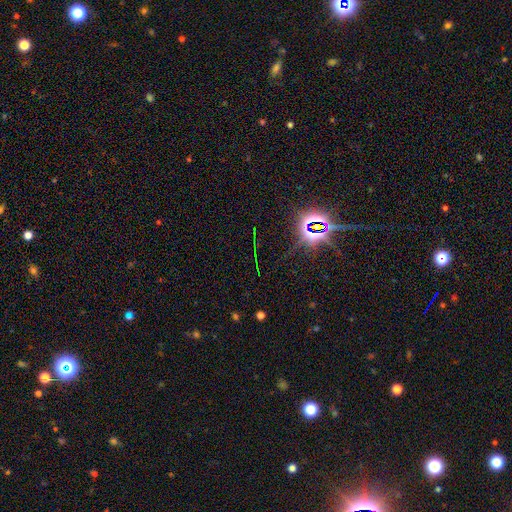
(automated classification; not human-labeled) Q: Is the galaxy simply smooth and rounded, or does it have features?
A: star or artifact — 82%.